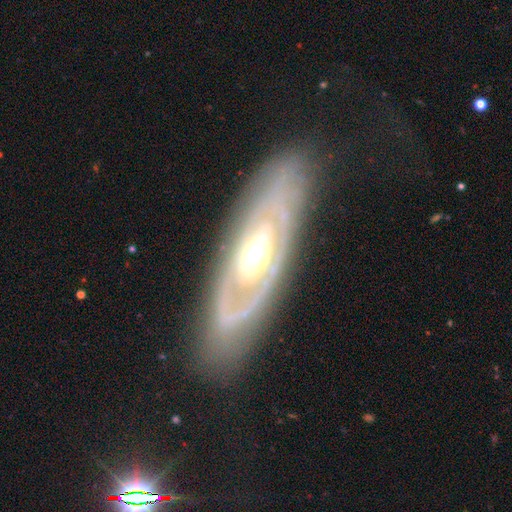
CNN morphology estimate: Smooth or featured? Predicted: featured or disk (p=0.81). Edge-on disk? Predicted: no (p=0.82). Bar? Predicted: no (p=0.74). Spiral arms? Predicted: yes (p=0.56). Bulge size? Predicted: moderate (p=0.68). Merging? Predicted: none (p=0.80).